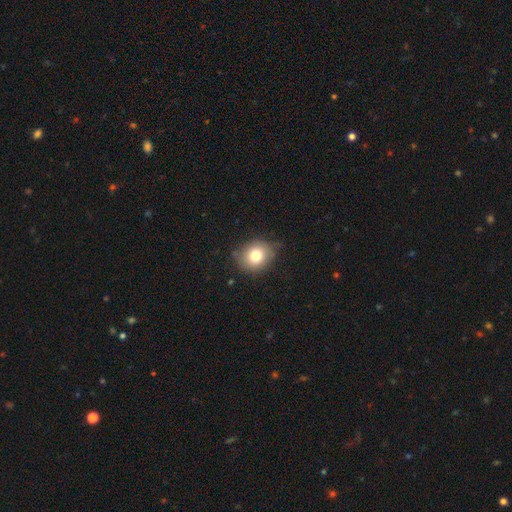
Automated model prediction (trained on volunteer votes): Smooth or featured?
  - smooth: 78% *
  - featured or disk: 12%
  - star or artifact: 11%
How rounded?
  - round: 67% *
  - in between: 32%
  - cigar-shaped: 1%
Merging?
  - none: 77% *
  - minor disturbance: 18%
  - major disturbance: 4%
  - merger: 2%